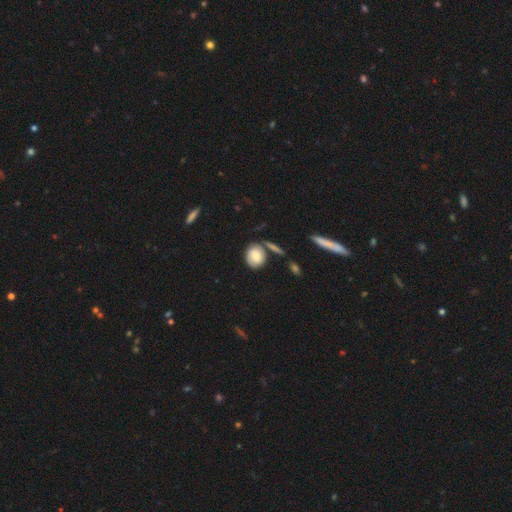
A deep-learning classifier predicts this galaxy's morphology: type=smooth (74%); roundness=round (61%); merging=none (65%).